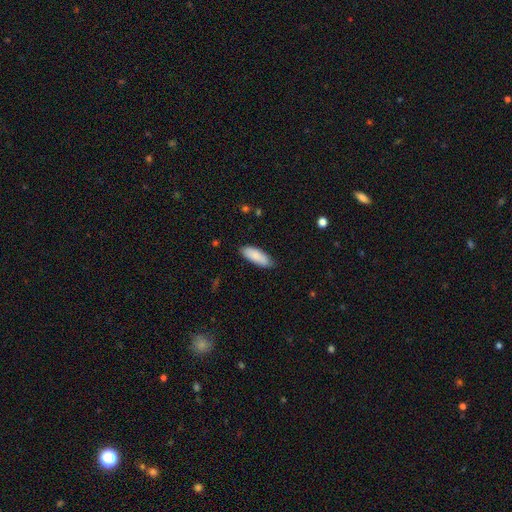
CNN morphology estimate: smooth 86%, featured or disk 8%, star or artifact 6%. Down the decision tree: how rounded — in between (73%); merging — none (83%).